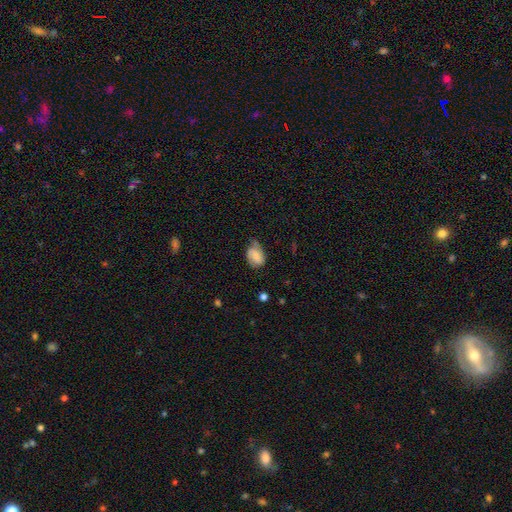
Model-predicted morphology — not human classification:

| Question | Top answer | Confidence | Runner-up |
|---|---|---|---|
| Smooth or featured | smooth | 54% | featured or disk (38%) |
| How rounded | in between | 76% | round (23%) |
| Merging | none | 45% | minor disturbance (38%) |